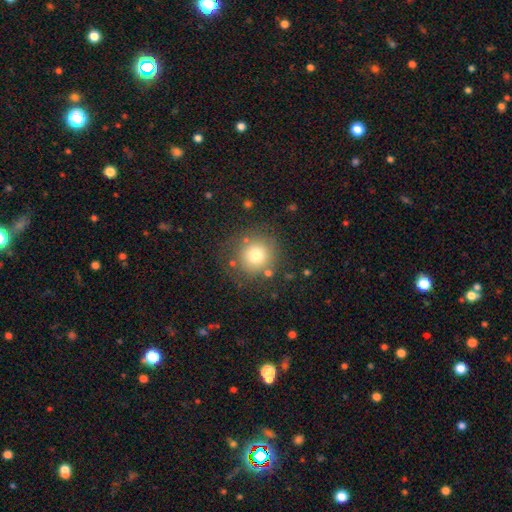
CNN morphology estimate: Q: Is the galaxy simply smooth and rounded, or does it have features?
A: smooth — 75%.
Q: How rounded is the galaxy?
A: round — 92%.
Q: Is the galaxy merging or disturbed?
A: none — 75%.